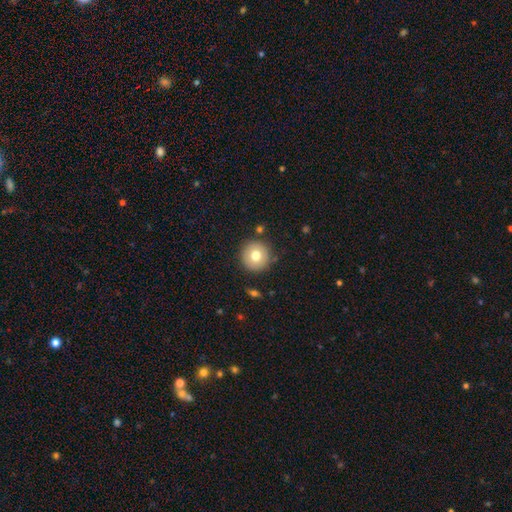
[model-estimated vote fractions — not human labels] This appears to be a smooth galaxy with no disk features (75%) that is round (95%). Merging: none (88%).